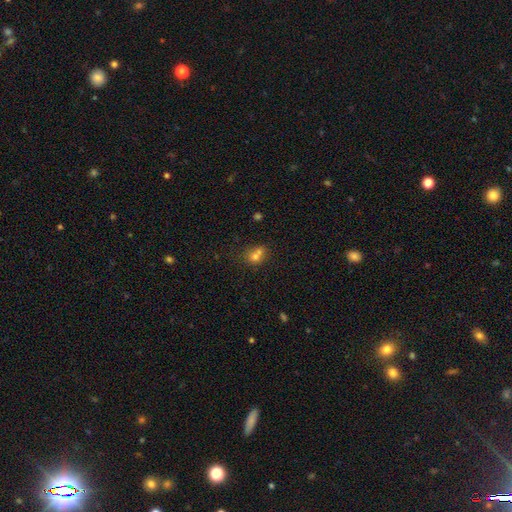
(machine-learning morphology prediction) This appears to be a smooth galaxy with no disk features (69%) that is round (67%). Merging: merger (55%).